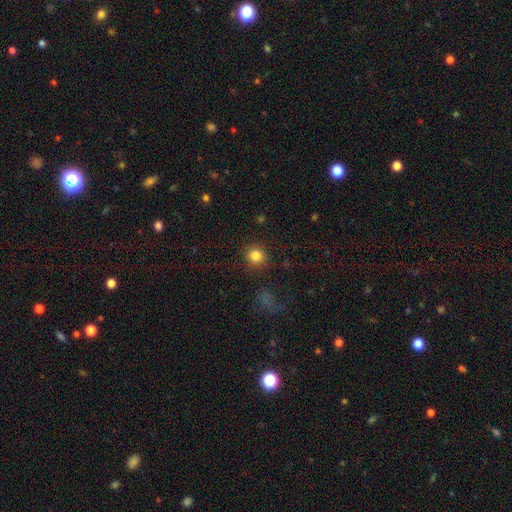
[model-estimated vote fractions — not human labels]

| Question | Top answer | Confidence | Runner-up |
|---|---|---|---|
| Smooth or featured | smooth | 83% | star or artifact (11%) |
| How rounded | round | 90% | in between (9%) |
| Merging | none | 89% | minor disturbance (7%) |